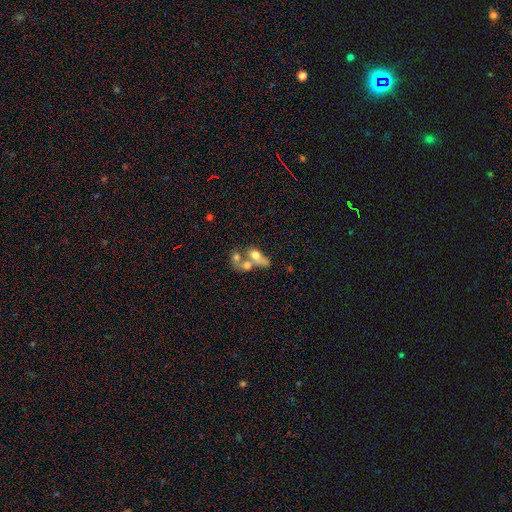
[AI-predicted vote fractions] smooth-or-featured: smooth: 57% | featured or disk: 33% | star or artifact: 11%
  how-rounded: in between: 66% | round: 25% | cigar-shaped: 8%
  merging: merger: 66% | none: 17% | major disturbance: 9% | minor disturbance: 7%